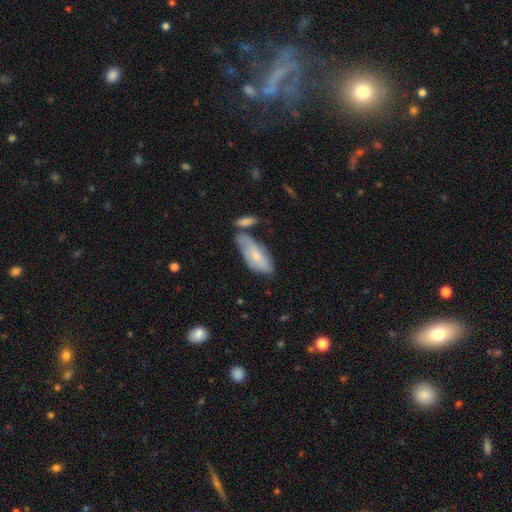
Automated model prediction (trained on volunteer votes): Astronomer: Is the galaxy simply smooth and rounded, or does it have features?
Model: smooth — 64%.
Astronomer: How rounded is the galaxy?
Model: in between — 83%.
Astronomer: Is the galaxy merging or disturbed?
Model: none — 48% (runner-up: minor disturbance, 27%).